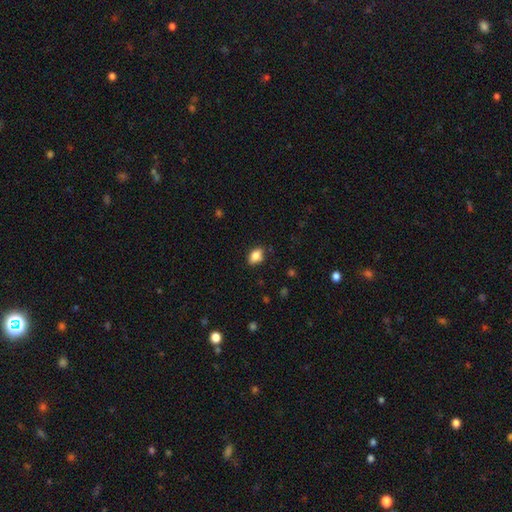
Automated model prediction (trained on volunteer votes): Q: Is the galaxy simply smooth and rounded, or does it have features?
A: smooth — 85%.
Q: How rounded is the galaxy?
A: in between — 81%.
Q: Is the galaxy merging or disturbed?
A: none — 80%.